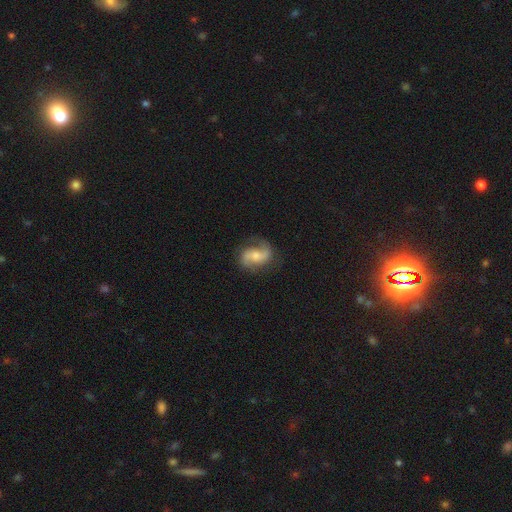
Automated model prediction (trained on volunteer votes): smooth_or_featured: featured or disk (p=0.83) [alt: smooth p=0.10]
disk_edge_on: no (p=0.98) [alt: yes p=0.02]
bar: no (p=0.49) [alt: weak p=0.39]
has_spiral_arms: yes (p=0.97) [alt: no p=0.03]
spiral_winding: medium (p=0.47) [alt: loose p=0.39]
spiral_arm_count: 2 (p=0.91) [alt: can't tell p=0.03]
bulge_size: moderate (p=0.47) [alt: small p=0.40]
merging: none (p=0.78) [alt: minor disturbance p=0.14]